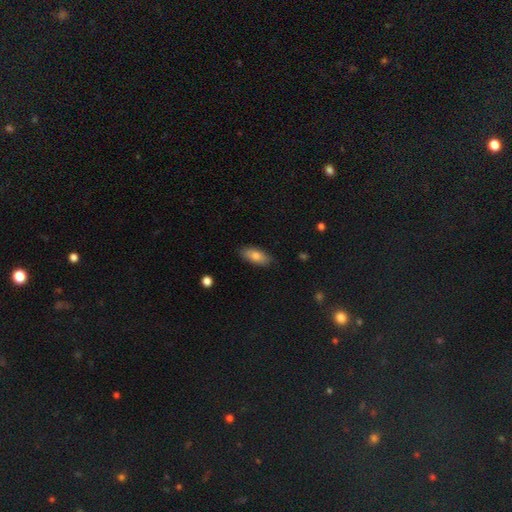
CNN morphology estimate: Smooth or featured: smooth — 80% (featured or disk — 14%)
How rounded: in between — 83% (cigar-shaped — 14%)
Merging: none — 86% (minor disturbance — 11%)